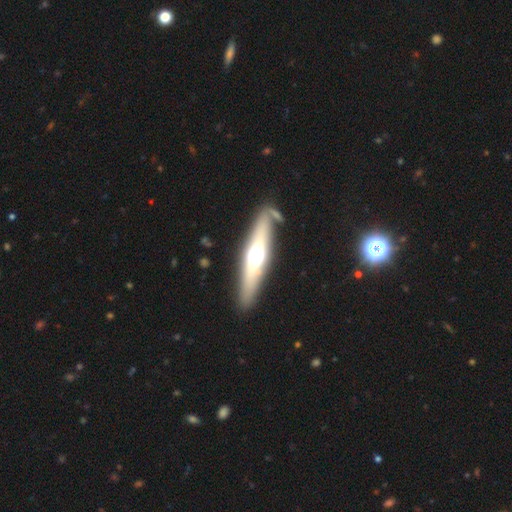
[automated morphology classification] A featured or disk galaxy (57%) viewed edge-on (86%). Merging: none (81%).